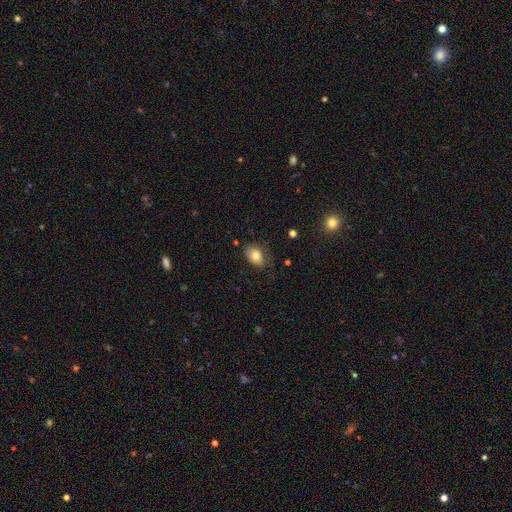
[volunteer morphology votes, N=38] type=smooth (71%); roundness=in between (85%); merging=none (54%).